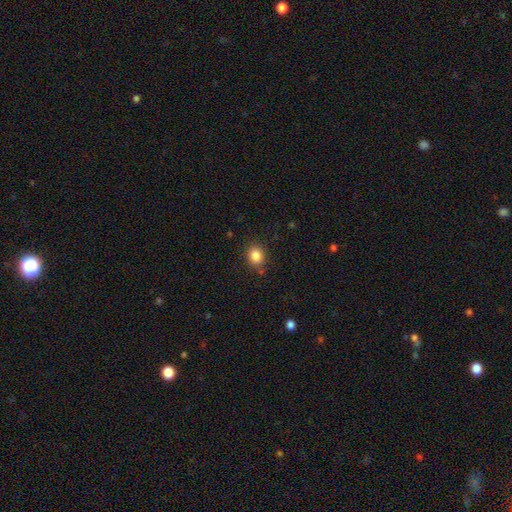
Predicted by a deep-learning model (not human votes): Smooth or featured?
  - smooth: 85% *
  - star or artifact: 10%
  - featured or disk: 5%
How rounded?
  - round: 66% *
  - in between: 33%
  - cigar-shaped: 1%
Merging?
  - none: 83% *
  - minor disturbance: 11%
  - major disturbance: 3%
  - merger: 2%